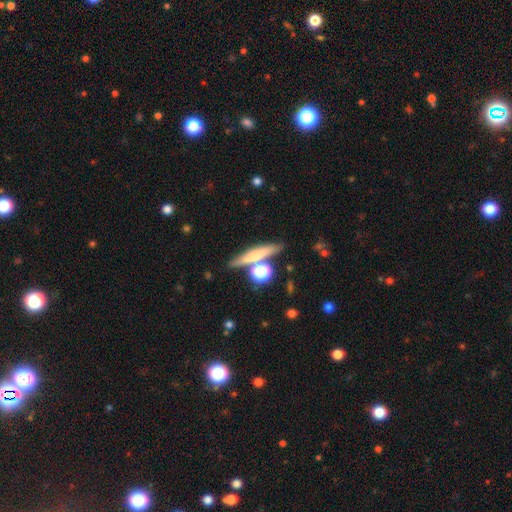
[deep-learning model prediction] smooth 56%, featured or disk 34%, star or artifact 10%. Down the decision tree: how rounded — cigar-shaped (74%); merging — none (71%).